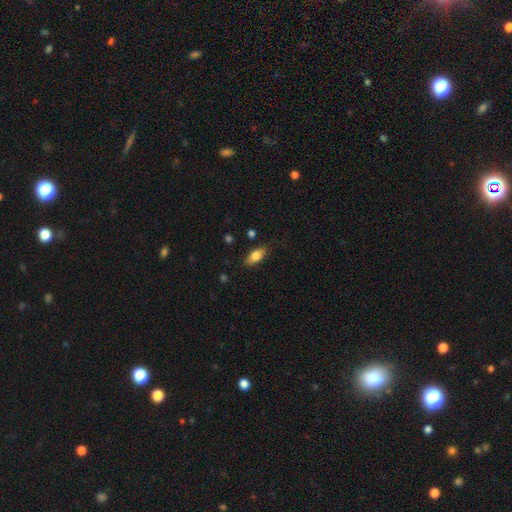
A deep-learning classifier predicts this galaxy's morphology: Smooth or featured? smooth (79%)
How rounded? in between (84%)
Merging? none (82%)